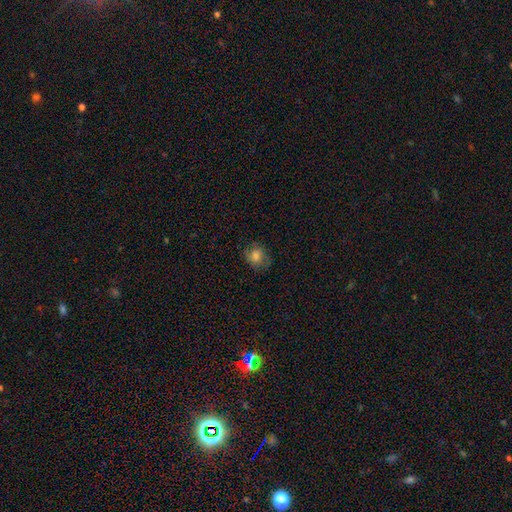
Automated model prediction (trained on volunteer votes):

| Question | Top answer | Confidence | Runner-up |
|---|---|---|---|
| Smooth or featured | smooth | 72% | featured or disk (17%) |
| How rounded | round | 68% | in between (31%) |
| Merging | none | 72% | minor disturbance (19%) |